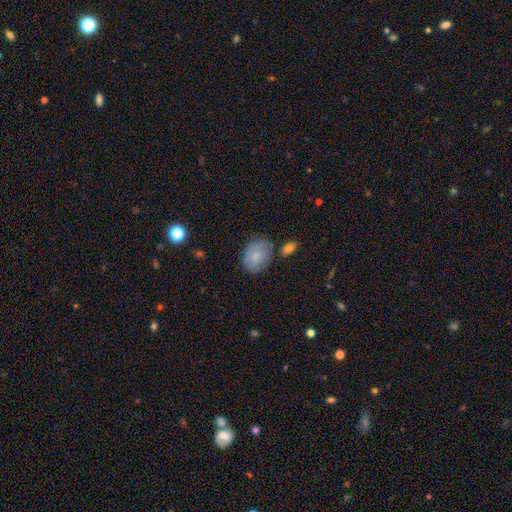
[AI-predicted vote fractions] A smooth galaxy with no disk features (79%) that is in between round and cigar-shaped (74%). Merging: none (68%).